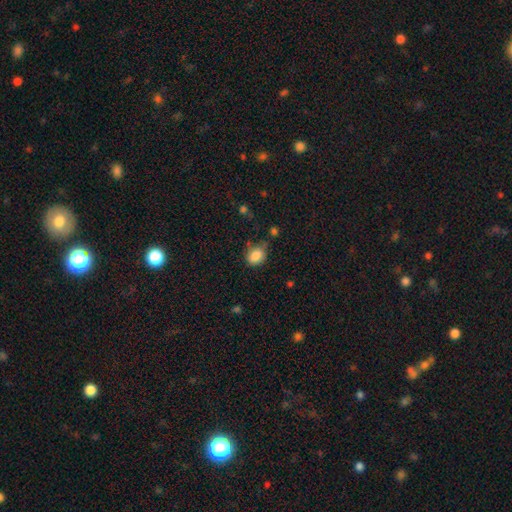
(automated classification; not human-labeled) Smooth or featured? Predicted: smooth (p=0.86). How rounded? Predicted: round (p=0.51). Merging? Predicted: none (p=0.64).